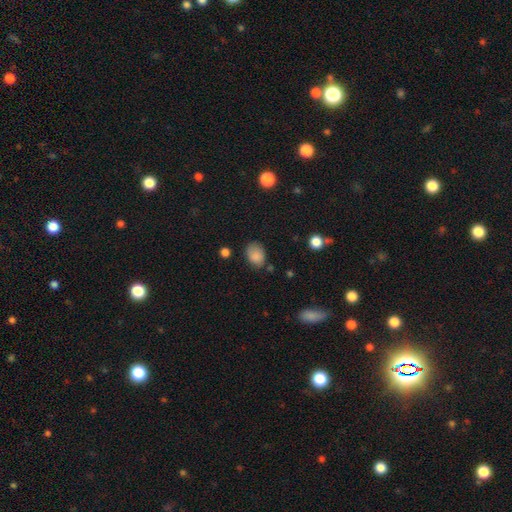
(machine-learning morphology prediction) This appears to be a smooth galaxy with no disk features (85%) that is in between round and cigar-shaped (70%). Merging: none (65%).